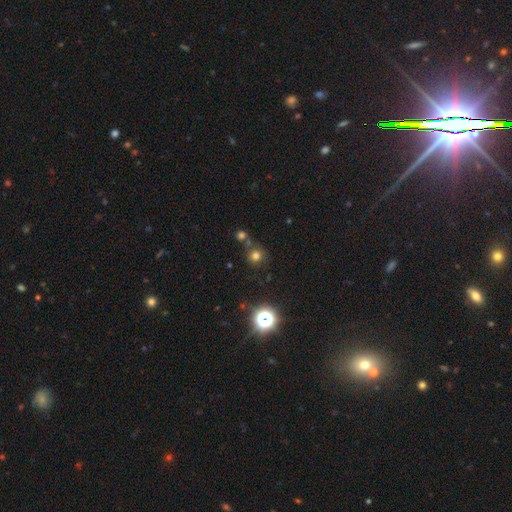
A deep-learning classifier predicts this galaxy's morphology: smooth 70%, star or artifact 23%, featured or disk 7%. Down the decision tree: how rounded — round (92%); merging — none (74%).